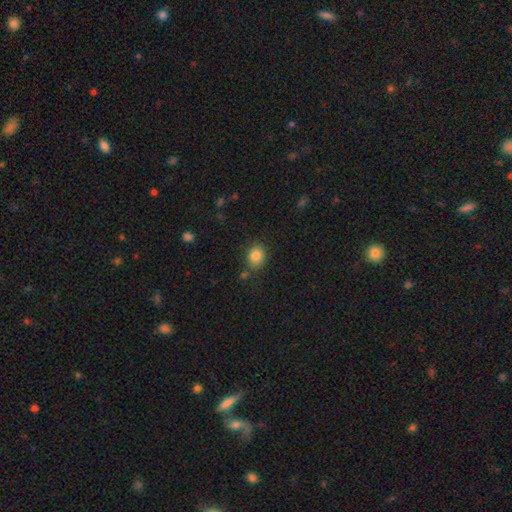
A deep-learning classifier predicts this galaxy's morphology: smooth-or-featured: smooth: 84% | star or artifact: 10% | featured or disk: 6%
  how-rounded: round: 59% | in between: 40% | cigar-shaped: 1%
  merging: none: 79% | minor disturbance: 13% | merger: 6% | major disturbance: 3%